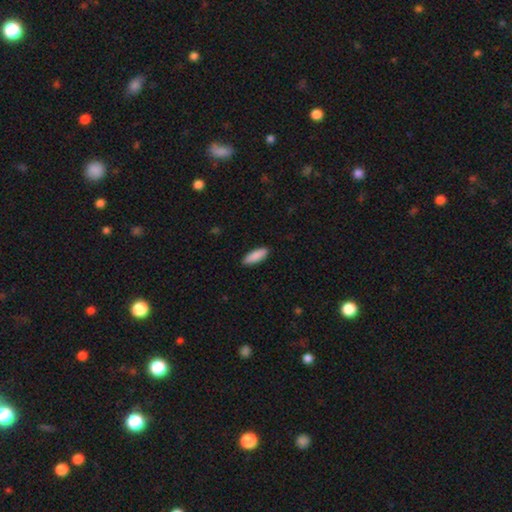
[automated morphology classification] Smooth or featured? smooth (90%)
How rounded? in between (63%)
Merging? none (89%)